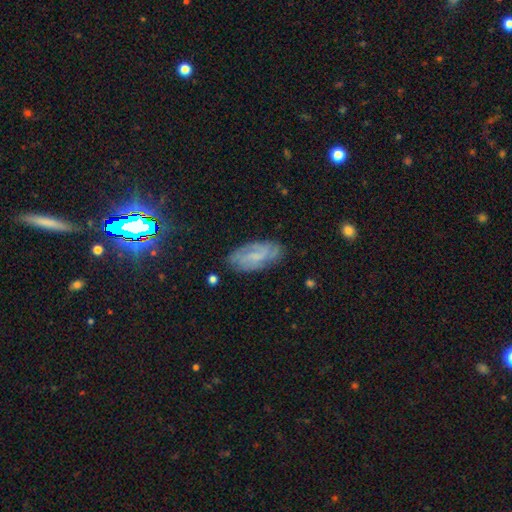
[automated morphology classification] Smooth or featured? featured or disk (59%)
Edge-on disk? no (93%)
Bar? weak (46%)
Spiral arms? yes (85%)
Bulge size? small (51%)
Merging? none (75%)